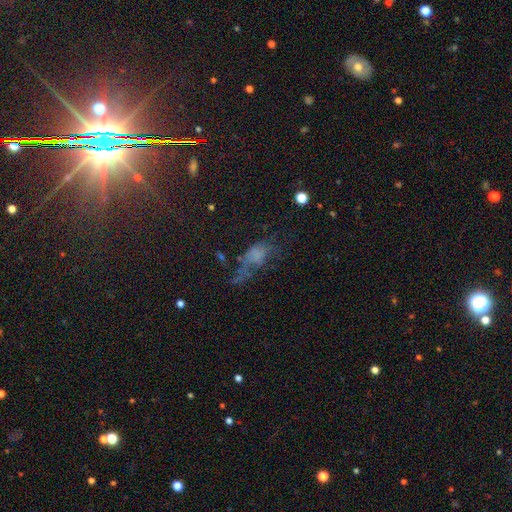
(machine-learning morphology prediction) A smooth galaxy with no disk features (41%). Merging: major disturbance (42%).